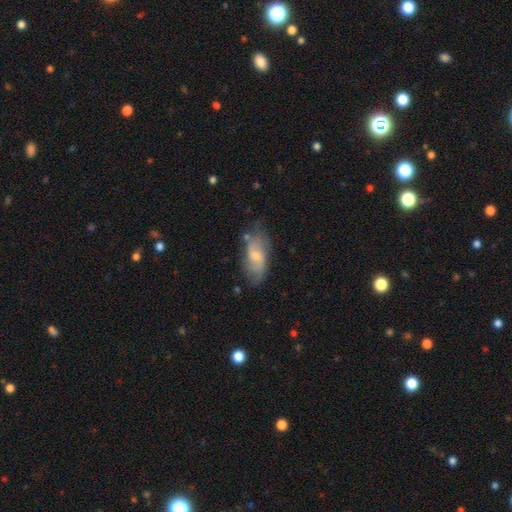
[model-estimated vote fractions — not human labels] Smooth or featured?
  - featured or disk: 51% *
  - smooth: 41%
  - star or artifact: 8%
Edge-on disk?
  - no: 89% *
  - yes: 11%
Merging?
  - none: 67% *
  - minor disturbance: 23%
  - major disturbance: 7%
  - merger: 3%